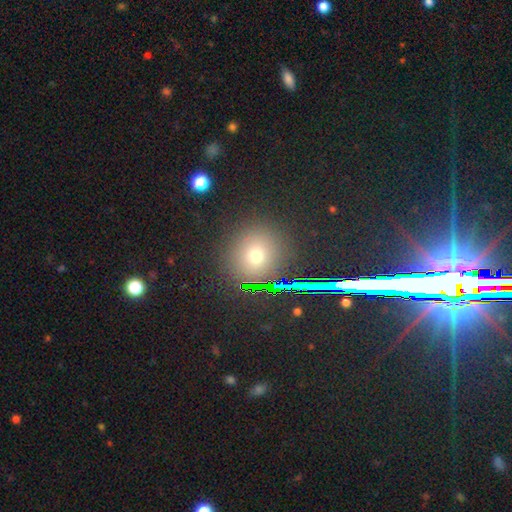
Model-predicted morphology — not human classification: smooth_or_featured: smooth (p=0.64) [alt: star or artifact p=0.26]
how_rounded: round (p=0.82) [alt: in between p=0.16]
merging: none (p=0.86) [alt: minor disturbance p=0.08]